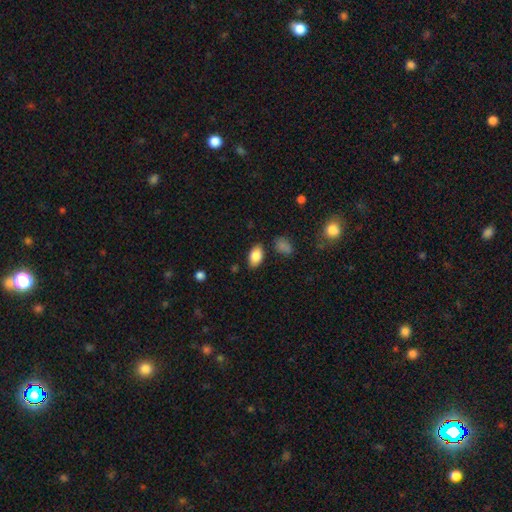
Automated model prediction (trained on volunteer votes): The model was most divided on "merging": none: 83%, minor disturbance: 11%, merger: 3%, major disturbance: 3%. More confident: how rounded — in between (92%); smooth or featured — smooth (84%).